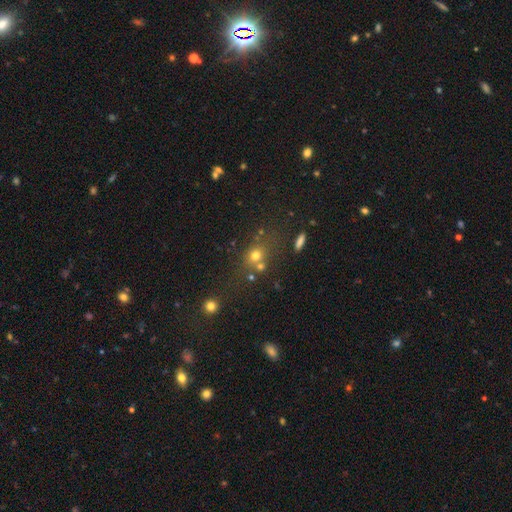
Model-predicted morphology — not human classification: Overall: smooth (66%). How rounded: round (71%). Merging: none (56%; merger 25%).